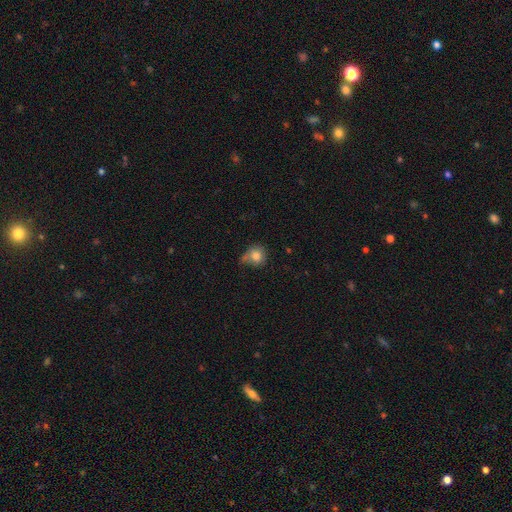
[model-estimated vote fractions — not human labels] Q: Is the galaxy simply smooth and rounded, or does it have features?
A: smooth — 81%.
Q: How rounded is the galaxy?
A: round — 80%.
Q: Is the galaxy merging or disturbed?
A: none — 50%.